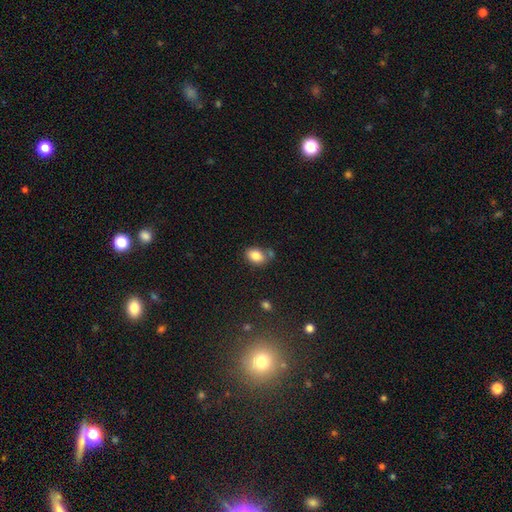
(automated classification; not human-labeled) This appears to be a smooth galaxy with no disk features (85%) that is in between round and cigar-shaped (81%). Merging: none (63%).